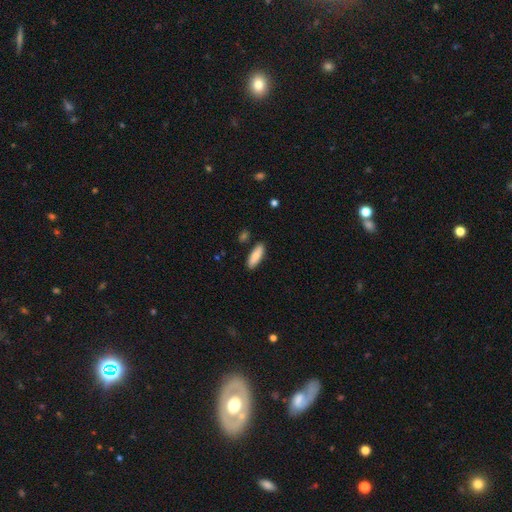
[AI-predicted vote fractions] Overall: smooth (85%). How rounded: in between (51%; cigar-shaped 47%). Merging: none (86%).